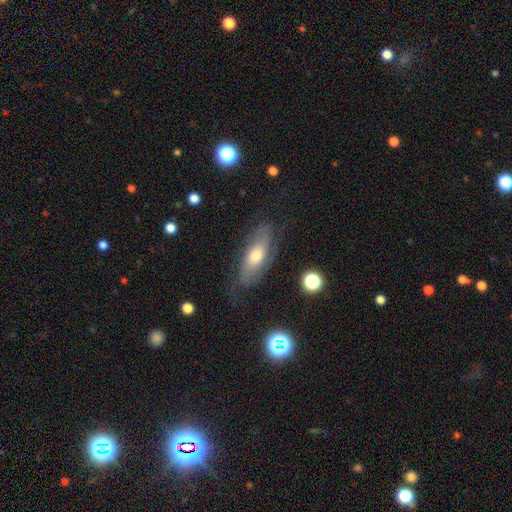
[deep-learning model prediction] This is possibly a featured or disk galaxy (55%). It is likely not viewed edge-on (76%). Merging: likely none (67%).